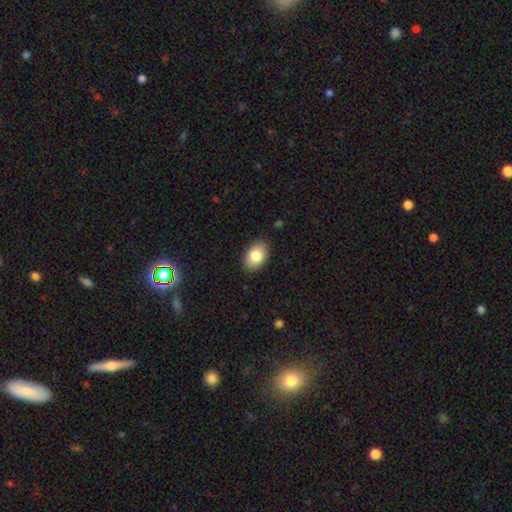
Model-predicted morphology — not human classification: Q: Smooth or featured?
A: smooth (83%); runner-up: featured or disk (9%)
Q: How rounded?
A: in between (86%); runner-up: round (13%)
Q: Merging?
A: none (87%); runner-up: minor disturbance (10%)